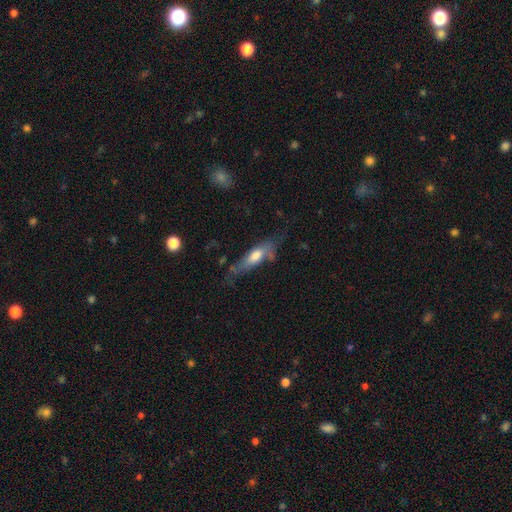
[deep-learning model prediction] Smooth or featured? Predicted: smooth (p=0.52). How rounded? Predicted: cigar-shaped (p=0.58). Merging? Predicted: none (p=0.52).